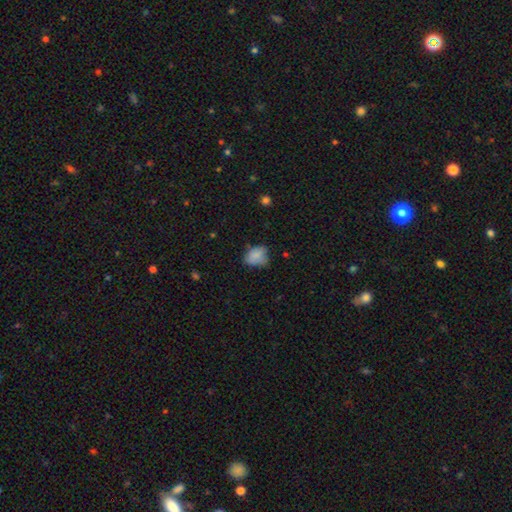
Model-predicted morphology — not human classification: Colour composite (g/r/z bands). It shows a smooth galaxy with no disk features (81%) that is in between round and cigar-shaped (60%). Merging: none (55%).